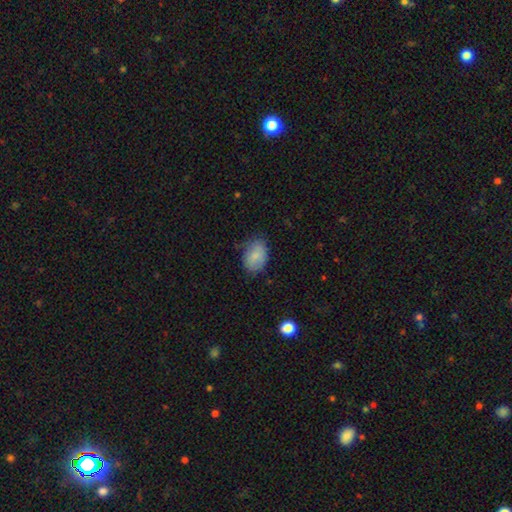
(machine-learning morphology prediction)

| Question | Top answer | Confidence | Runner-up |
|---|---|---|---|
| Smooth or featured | smooth | 82% | featured or disk (10%) |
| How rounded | in between | 78% | round (21%) |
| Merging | none | 65% | minor disturbance (27%) |